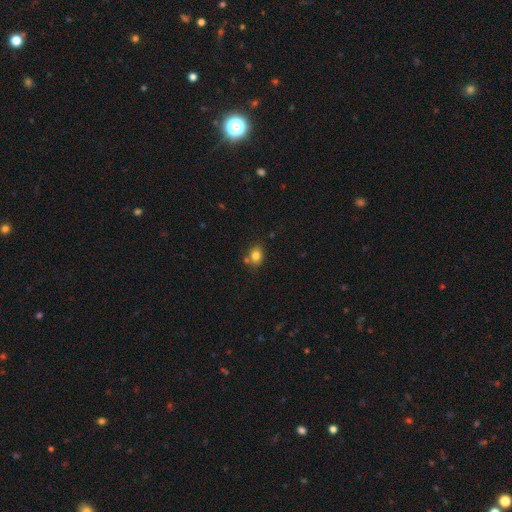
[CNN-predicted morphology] Q: Smooth or featured?
A: smooth (81%); runner-up: star or artifact (11%)
Q: How rounded?
A: in between (52%); runner-up: round (47%)
Q: Merging?
A: none (66%); runner-up: minor disturbance (16%)